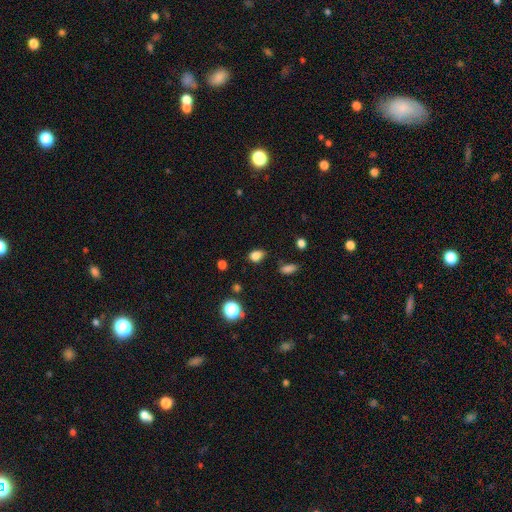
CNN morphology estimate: Smooth or featured?
  - smooth: 82% *
  - star or artifact: 13%
  - featured or disk: 5%
How rounded?
  - in between: 70% *
  - round: 28%
  - cigar-shaped: 2%
Merging?
  - none: 74% *
  - minor disturbance: 19%
  - major disturbance: 5%
  - merger: 2%